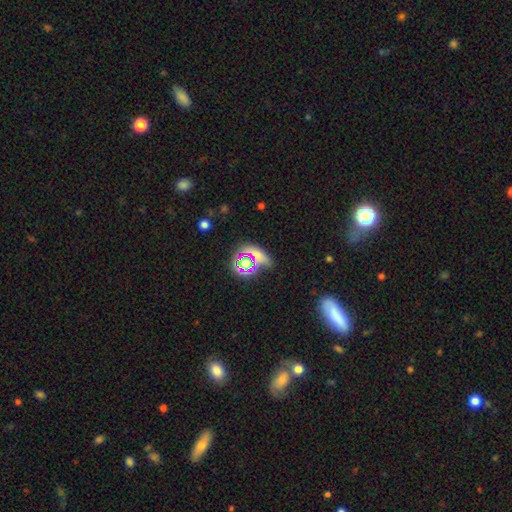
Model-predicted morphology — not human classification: smooth_or_featured: smooth (p=0.49) [alt: star or artifact p=0.37]
merging: none (p=0.67) [alt: minor disturbance p=0.15]